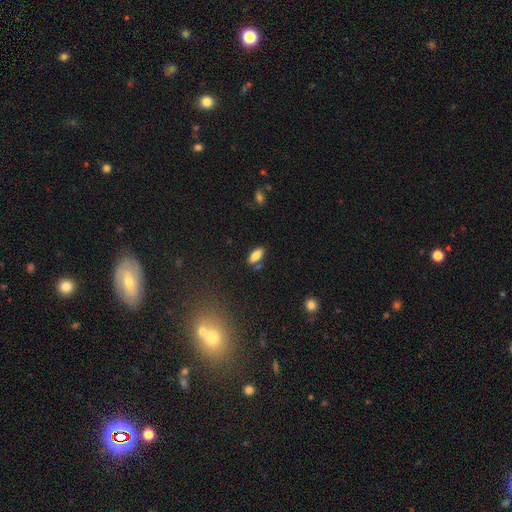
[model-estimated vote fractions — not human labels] Overall: smooth (83%). How rounded: in between (82%). Merging: none (77%).